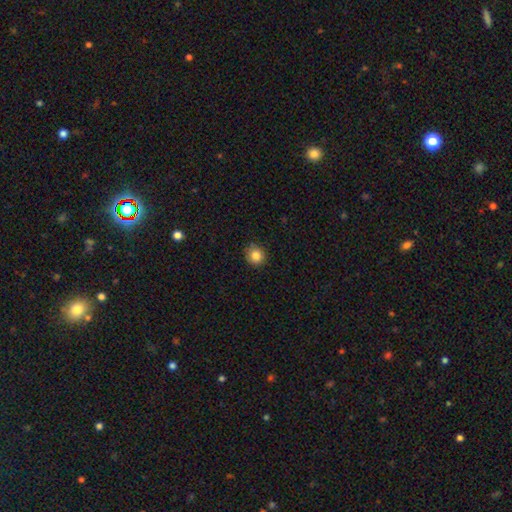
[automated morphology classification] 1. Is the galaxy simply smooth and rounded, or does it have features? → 83% smooth, 10% star or artifact, 6% featured or disk.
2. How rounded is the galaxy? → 89% round, 10% in between, 1% cigar-shaped.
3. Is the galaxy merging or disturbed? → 86% none, 11% minor disturbance, 2% major disturbance, 1% merger.